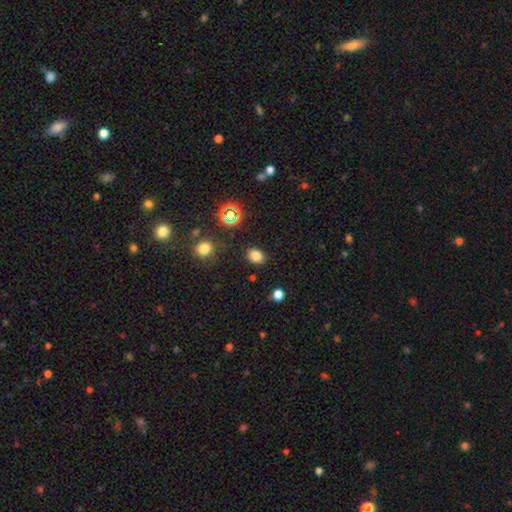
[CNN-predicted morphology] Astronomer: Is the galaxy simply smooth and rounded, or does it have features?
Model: smooth — 79%.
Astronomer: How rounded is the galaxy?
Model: in between — 57% (runner-up: round, 42%).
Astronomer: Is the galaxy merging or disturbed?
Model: none — 84%.